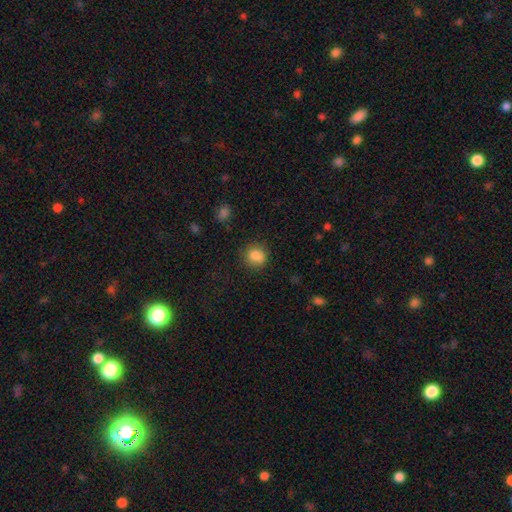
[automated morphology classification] The model was most divided on "how rounded": round: 77%, in between: 22%, cigar-shaped: 1%. More confident: smooth or featured — smooth (85%); merging — none (77%).